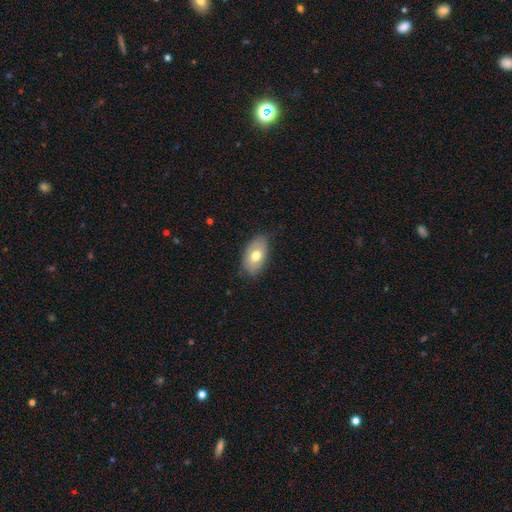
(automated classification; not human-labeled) The model was most divided on "smooth or featured": smooth: 65%, featured or disk: 28%, star or artifact: 7%. More confident: how rounded — in between (92%); merging — none (76%).